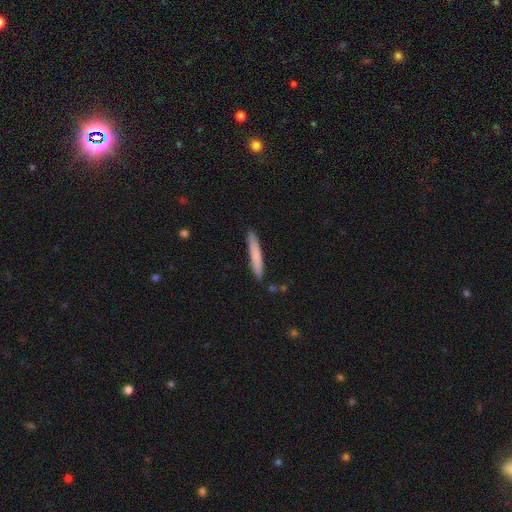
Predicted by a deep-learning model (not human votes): Smooth or featured: smooth — 74% (featured or disk — 21%)
How rounded: cigar-shaped — 95% (in between — 4%)
Merging: none — 89% (minor disturbance — 8%)